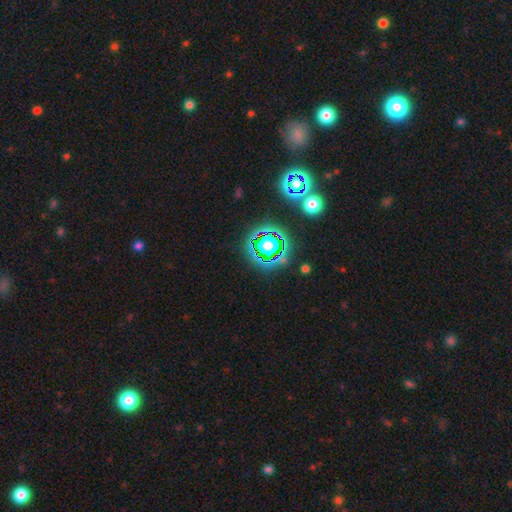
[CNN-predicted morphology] The model was most divided on "smooth or featured": star or artifact: 77%, smooth: 14%, featured or disk: 9%.